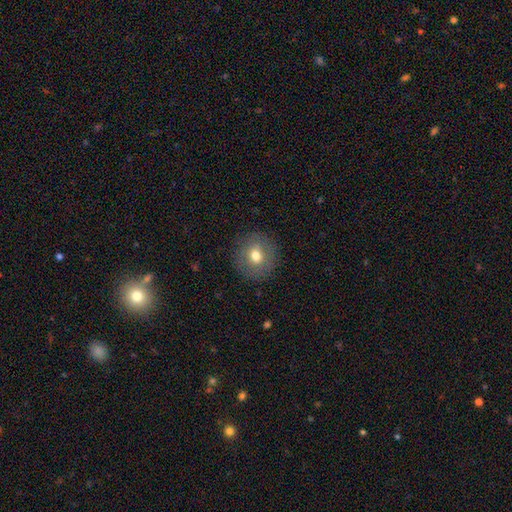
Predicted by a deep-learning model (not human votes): This is likely a smooth galaxy (71%). How rounded: clearly round (90%). Merging: clearly none (87%).